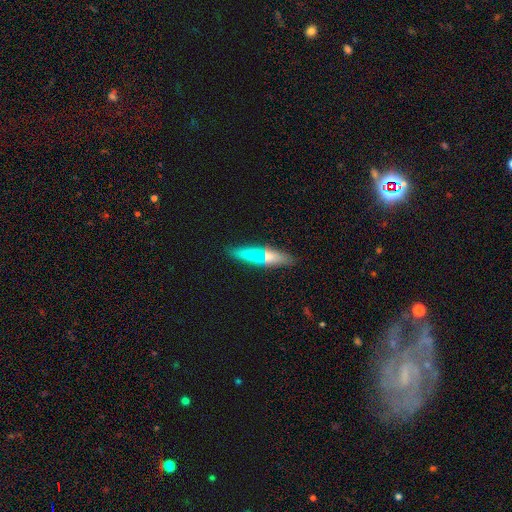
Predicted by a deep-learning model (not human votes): Overall: smooth (60%; featured or disk 30%). How rounded: cigar-shaped (80%). Merging: none (83%).